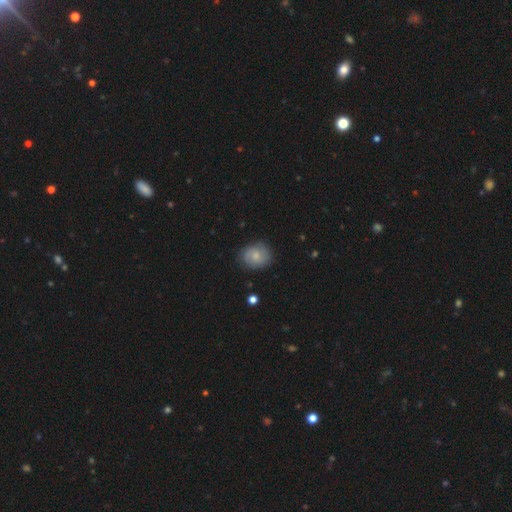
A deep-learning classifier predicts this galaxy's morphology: smooth-or-featured: smooth: 56% | featured or disk: 37% | star or artifact: 7%
  how-rounded: round: 60% | in between: 39% | cigar-shaped: 1%
  merging: none: 79% | minor disturbance: 16% | major disturbance: 4% | merger: 1%